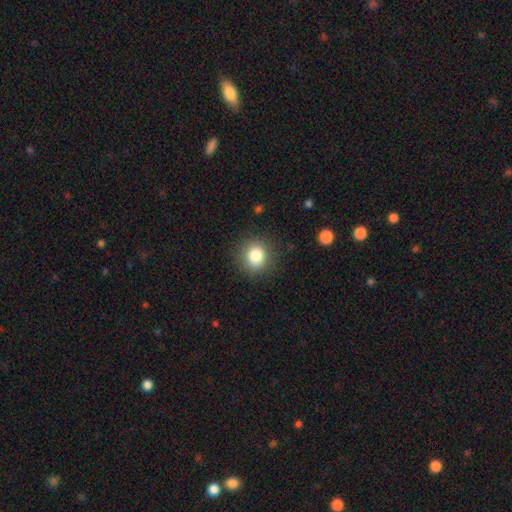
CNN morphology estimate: Q: Smooth or featured?
A: smooth (82%); runner-up: star or artifact (11%)
Q: How rounded?
A: round (86%); runner-up: in between (13%)
Q: Merging?
A: none (88%); runner-up: minor disturbance (8%)